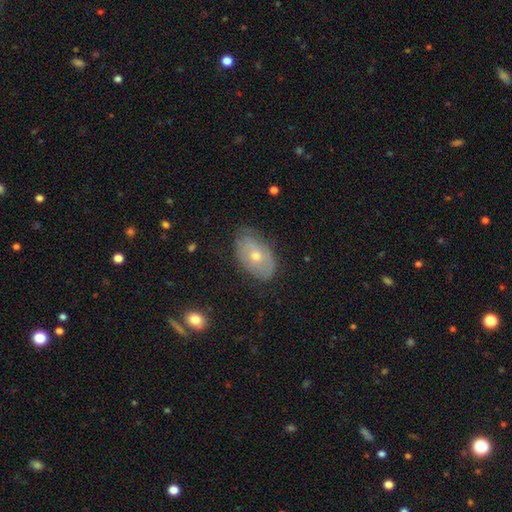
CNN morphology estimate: smooth-or-featured: featured or disk: 46% | smooth: 45% | star or artifact: 9%
  merging: none: 74% | minor disturbance: 20% | major disturbance: 5% | merger: 1%